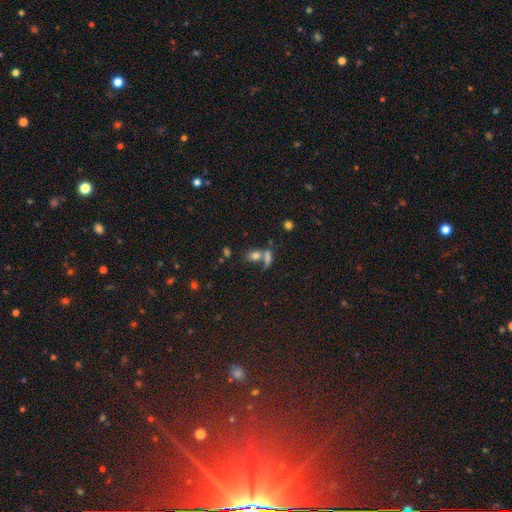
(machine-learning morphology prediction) smooth-or-featured: smooth: 74% | star or artifact: 14% | featured or disk: 12%
  how-rounded: in between: 70% | round: 23% | cigar-shaped: 7%
  merging: merger: 45% | none: 40% | minor disturbance: 9% | major disturbance: 6%